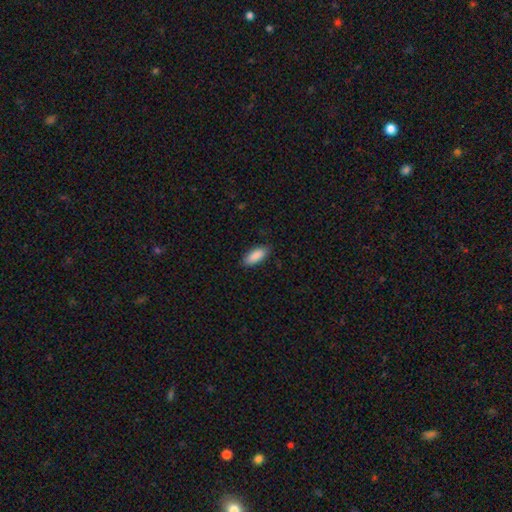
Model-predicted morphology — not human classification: This is clearly a smooth galaxy (90%). How rounded: clearly in between (82%). Merging: clearly none (86%).